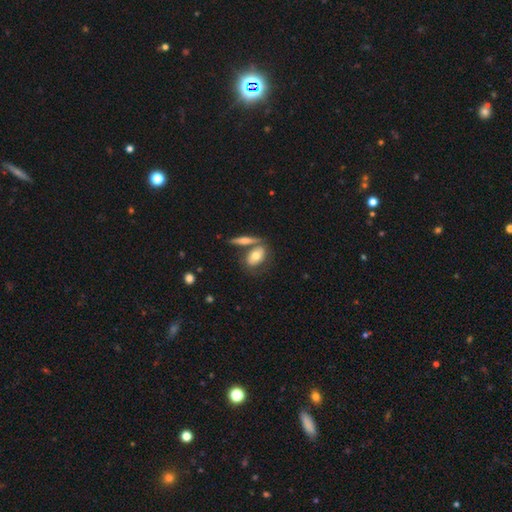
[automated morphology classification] A smooth galaxy with no disk features (67%) that is in between round and cigar-shaped (84%).

Vote fractions:
- Smooth or featured? smooth: 67% / featured or disk: 26% / star or artifact: 7%
- How rounded? in between: 84% / round: 9% / cigar-shaped: 7%
- Merging? none: 50% / merger: 32% / minor disturbance: 13% / major disturbance: 5%